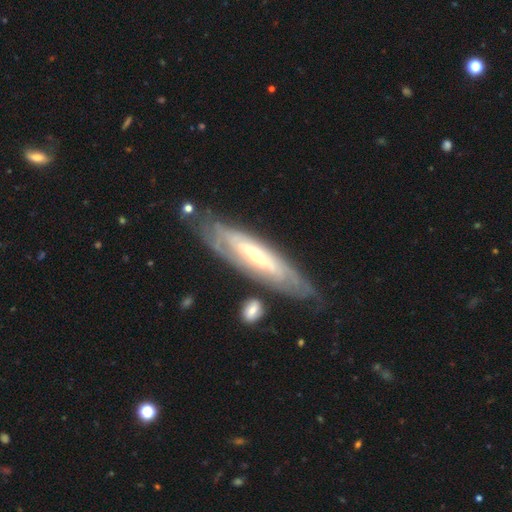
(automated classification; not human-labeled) Smooth or featured? featured or disk (79%)
Edge-on disk? no (69%)
Bar? no (43%)
Spiral arms? yes (80%)
Bulge size? small (52%)
Merging? none (75%)